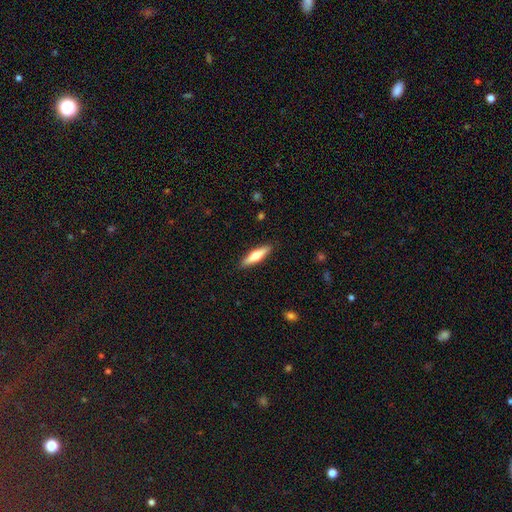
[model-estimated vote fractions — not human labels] A smooth galaxy with no disk features (54%) that is cigar-shaped (71%).

Vote fractions:
- Smooth or featured? smooth: 54% / featured or disk: 40% / star or artifact: 5%
- How rounded? cigar-shaped: 71% / in between: 27% / round: 2%
- Merging? none: 90% / minor disturbance: 8% / major disturbance: 2% / merger: 1%